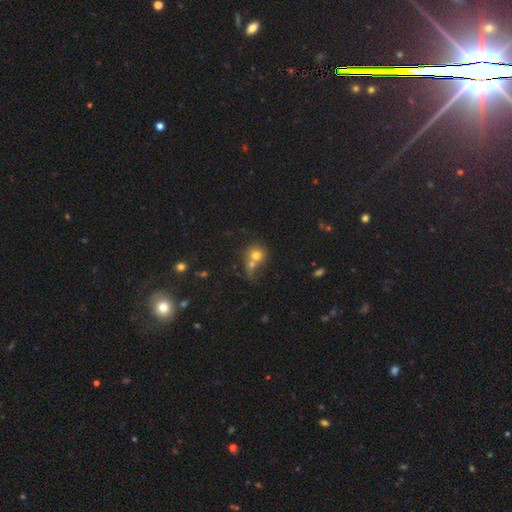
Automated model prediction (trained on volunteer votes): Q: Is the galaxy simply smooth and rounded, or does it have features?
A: smooth — 71%.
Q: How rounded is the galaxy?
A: round — 80%.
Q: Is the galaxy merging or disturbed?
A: merger — 60%.